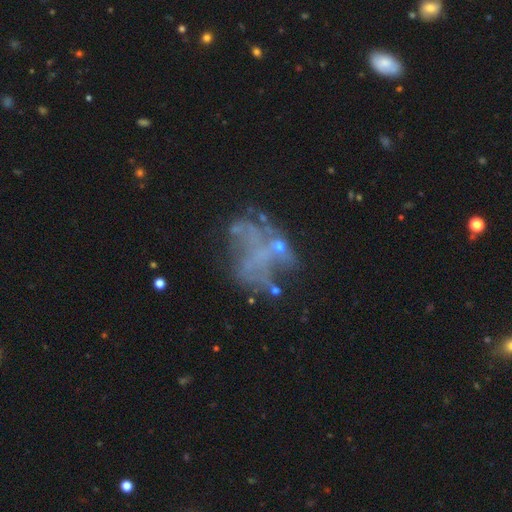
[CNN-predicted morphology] smooth-or-featured: featured or disk: 55% | star or artifact: 29% | smooth: 16%
  disk-edge-on: no: 97% | yes: 3%
    bar: no: 89% | weak: 7% | strong: 3%
    has-spiral-arms: no: 87% | yes: 13%
    bulge-size: none: 79% | small: 14% | moderate: 4% | large: 1% | dominant: 1%
  merging: none: 47% | major disturbance: 29% | minor disturbance: 15% | merger: 8%